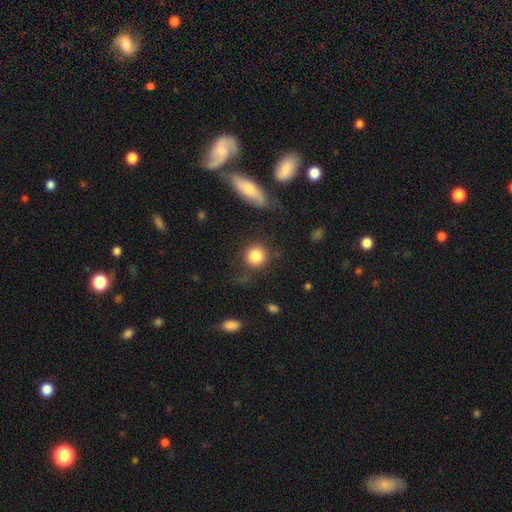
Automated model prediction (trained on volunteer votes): A smooth galaxy with no disk features (84%) that is round (90%).

Vote fractions:
- Smooth or featured? smooth: 84% / star or artifact: 9% / featured or disk: 7%
- How rounded? round: 90% / in between: 9% / cigar-shaped: 1%
- Merging? none: 75% / minor disturbance: 14% / major disturbance: 7% / merger: 5%